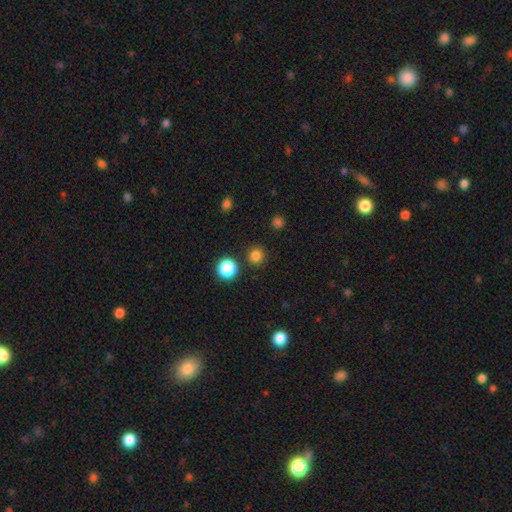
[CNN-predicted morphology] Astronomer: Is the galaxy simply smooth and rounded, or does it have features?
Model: smooth — 81%.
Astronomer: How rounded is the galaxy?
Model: round — 94%.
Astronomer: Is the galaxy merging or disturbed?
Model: none — 88%.